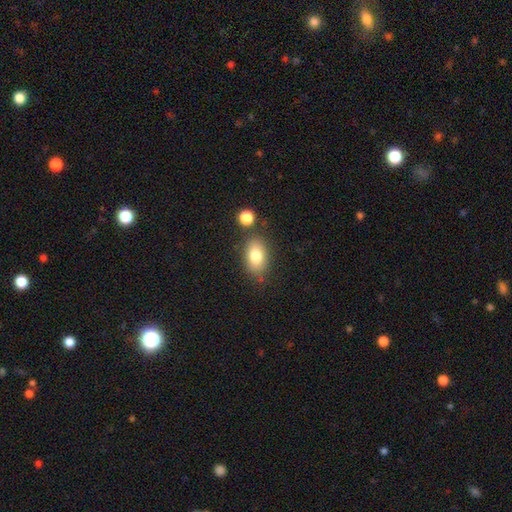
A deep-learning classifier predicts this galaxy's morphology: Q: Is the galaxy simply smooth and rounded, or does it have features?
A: smooth — 80%.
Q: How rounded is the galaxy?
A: in between — 85%.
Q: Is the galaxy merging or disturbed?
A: none — 76%.